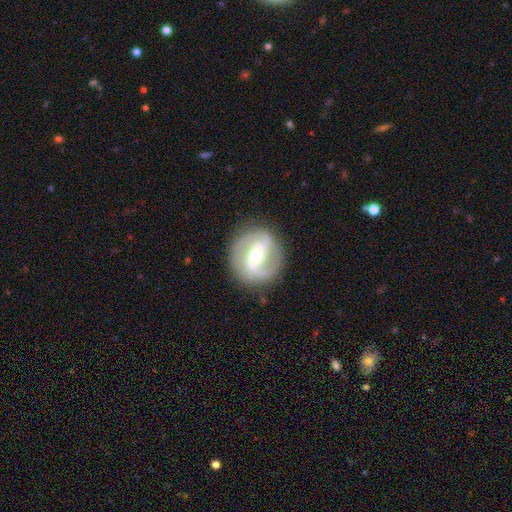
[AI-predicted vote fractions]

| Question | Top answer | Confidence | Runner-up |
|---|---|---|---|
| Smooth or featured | featured or disk | 86% | smooth (9%) |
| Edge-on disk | no | 97% | yes (3%) |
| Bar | strong | 40% | weak (39%) |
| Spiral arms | yes | 94% | no (6%) |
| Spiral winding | medium | 47% | tight (39%) |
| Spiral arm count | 2 | 79% | 3 (9%) |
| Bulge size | moderate | 52% | small (44%) |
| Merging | none | 83% | minor disturbance (11%) |